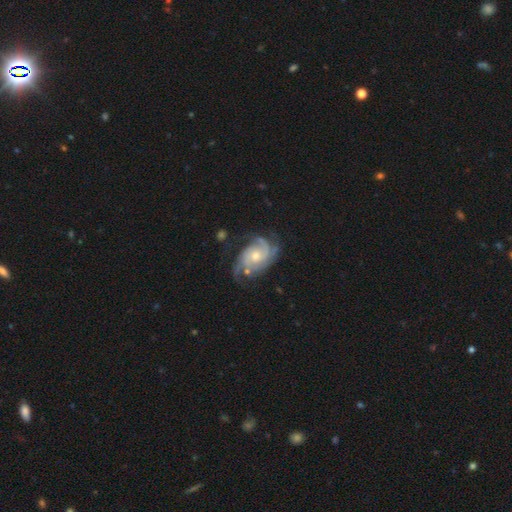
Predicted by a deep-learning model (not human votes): smooth-or-featured: featured or disk: 88% | smooth: 7% | star or artifact: 5%
  disk-edge-on: no: 97% | yes: 3%
    bar: no: 72% | weak: 24% | strong: 4%
    has-spiral-arms: yes: 97% | no: 3%
      spiral-winding: tight: 51% | medium: 38% | loose: 11%
      spiral-arm-count: 3: 34% | 2: 27% | can't tell: 19% | 4: 10% | 1: 5% | more than 4: 5%
    bulge-size: moderate: 52% | small: 43% | large: 3% | none: 2% | dominant: 1%
  merging: none: 61% | minor disturbance: 23% | major disturbance: 13% | merger: 3%